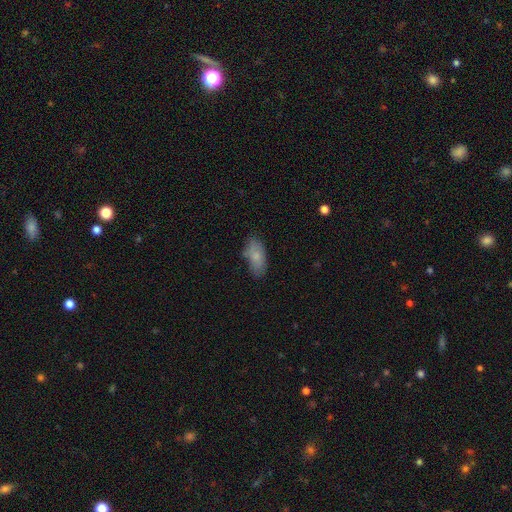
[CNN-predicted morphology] Smooth or featured? smooth (80%)
How rounded? in between (90%)
Merging? none (70%)